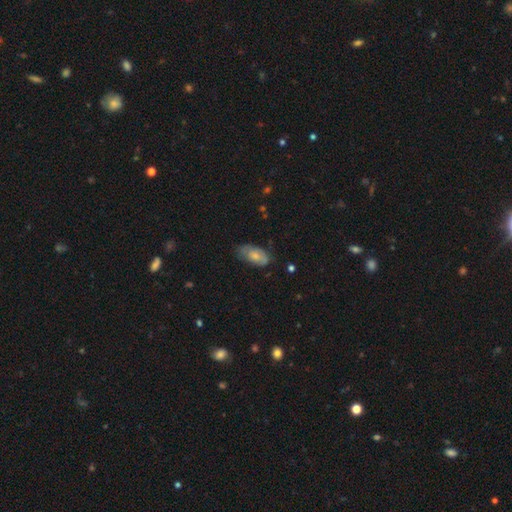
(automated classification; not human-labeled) A smooth galaxy with no disk features (71%) that is in between round and cigar-shaped (92%). Merging: none (61%).